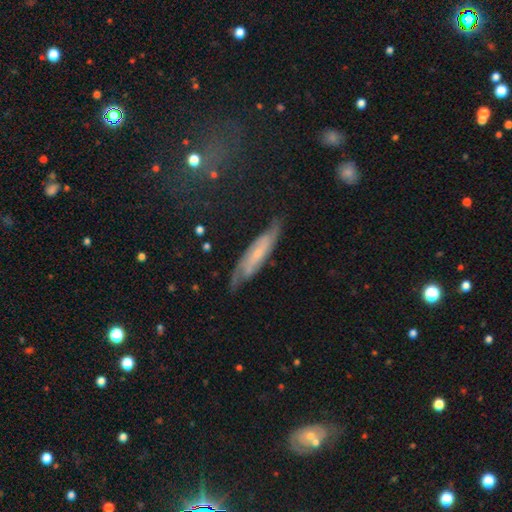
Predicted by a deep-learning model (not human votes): Smooth or featured: featured or disk — 69% (smooth — 24%)
Edge-on disk: no — 65% (yes — 35%)
Merging: none — 71% (minor disturbance — 20%)